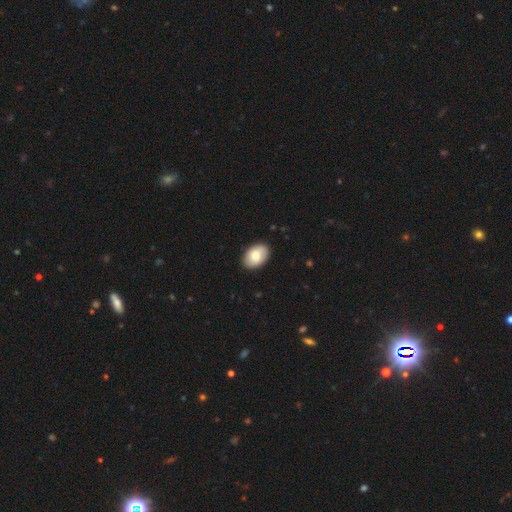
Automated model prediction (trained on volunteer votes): Smooth or featured? smooth (83%)
How rounded? in between (89%)
Merging? none (88%)